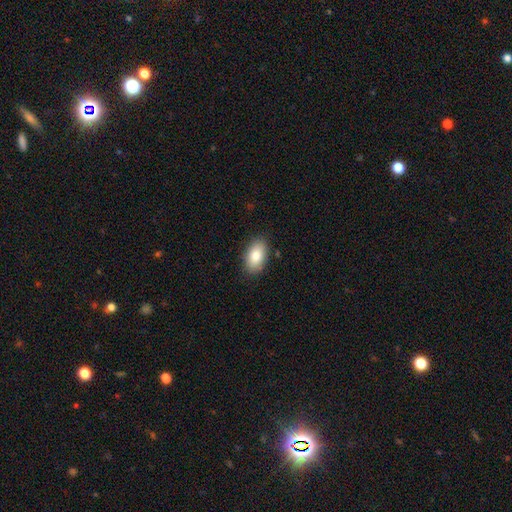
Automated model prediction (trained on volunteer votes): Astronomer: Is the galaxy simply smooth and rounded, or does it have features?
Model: smooth — 82%.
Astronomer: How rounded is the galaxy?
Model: in between — 93%.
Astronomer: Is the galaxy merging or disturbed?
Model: none — 87%.